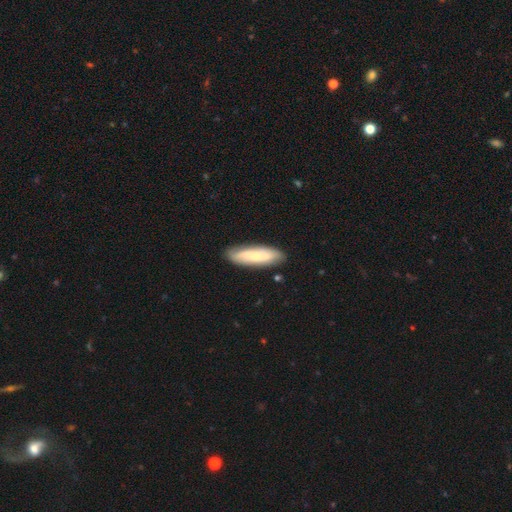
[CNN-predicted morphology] Q: Smooth or featured?
A: smooth (63%); runner-up: featured or disk (32%)
Q: How rounded?
A: cigar-shaped (58%); runner-up: in between (40%)
Q: Merging?
A: none (85%); runner-up: minor disturbance (11%)